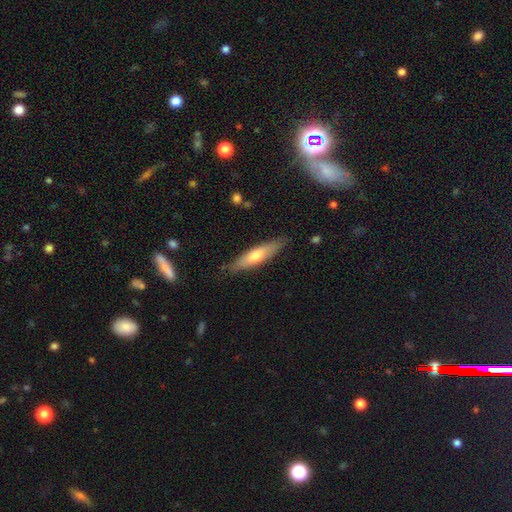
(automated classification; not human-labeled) Overall: smooth (54%; featured or disk 40%). How rounded: cigar-shaped (74%). Merging: none (84%).